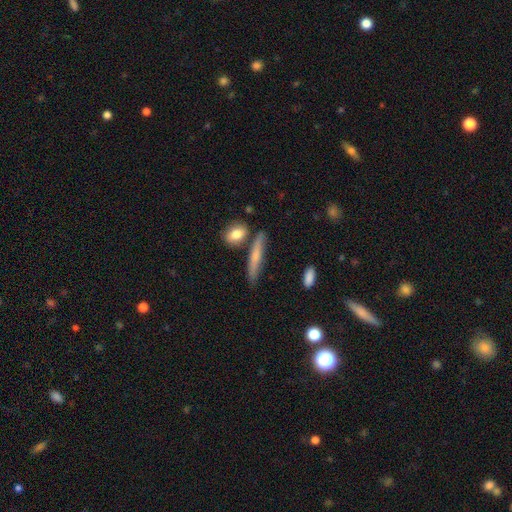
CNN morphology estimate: This appears to be a smooth galaxy with no disk features (64%) that is cigar-shaped (83%). Merging: none (78%).